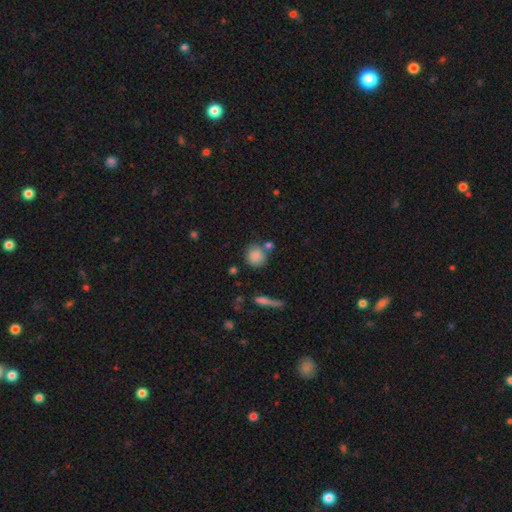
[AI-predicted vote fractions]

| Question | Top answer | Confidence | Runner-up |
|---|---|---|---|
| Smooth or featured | smooth | 84% | star or artifact (9%) |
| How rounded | round | 88% | in between (10%) |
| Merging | none | 71% | merger (14%) |